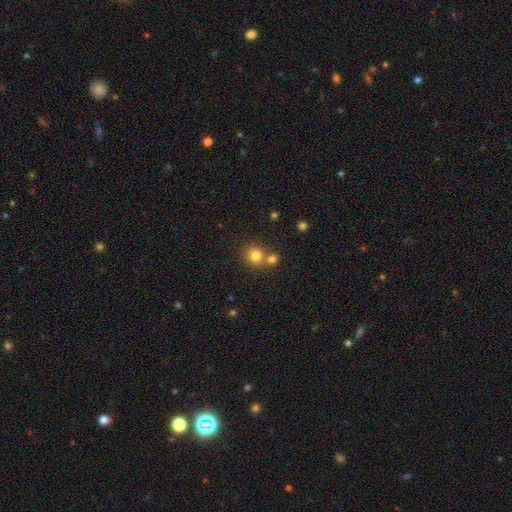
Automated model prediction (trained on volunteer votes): Smooth or featured: smooth — 80% (star or artifact — 12%)
How rounded: round — 84% (in between — 15%)
Merging: none — 56% (merger — 34%)